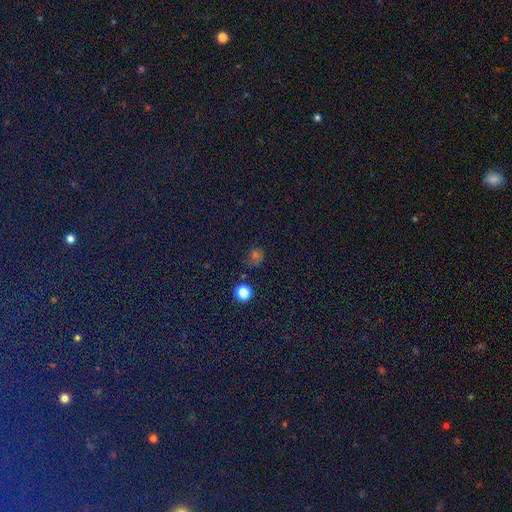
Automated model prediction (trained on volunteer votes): Smooth or featured: smooth — 60% (star or artifact — 33%)
How rounded: round — 77% (in between — 22%)
Merging: none — 72% (minor disturbance — 16%)